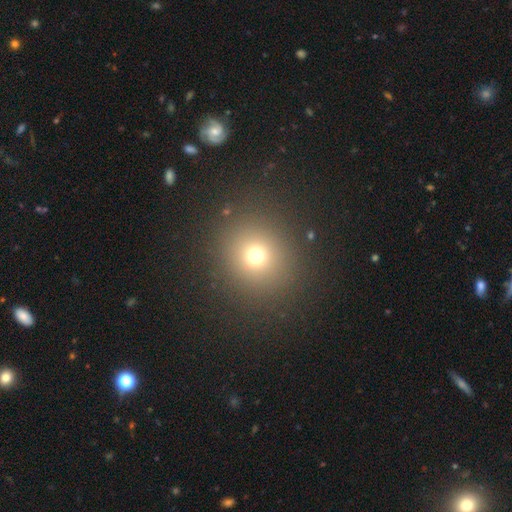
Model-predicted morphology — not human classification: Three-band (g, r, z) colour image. It shows a smooth galaxy with no disk features (70%) that is round (88%). Merging: none (88%).